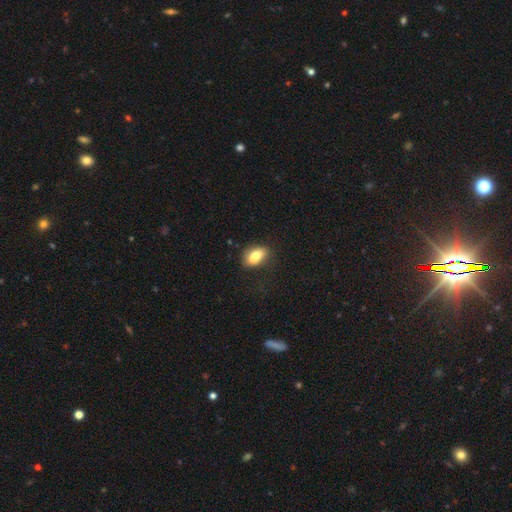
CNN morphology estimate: Smooth or featured? smooth (77%)
How rounded? in between (86%)
Merging? none (57%)